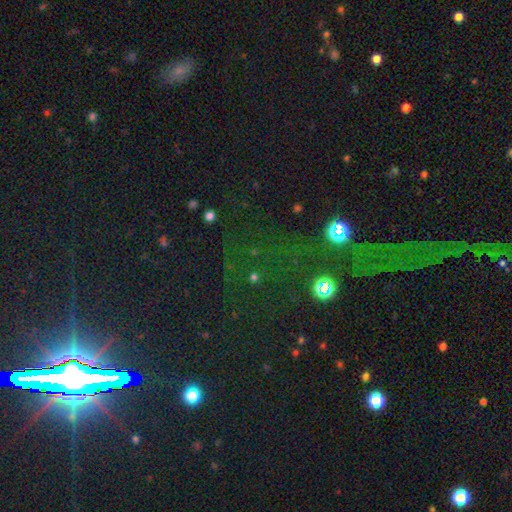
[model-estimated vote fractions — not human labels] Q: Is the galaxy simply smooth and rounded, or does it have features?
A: star or artifact — 76%.